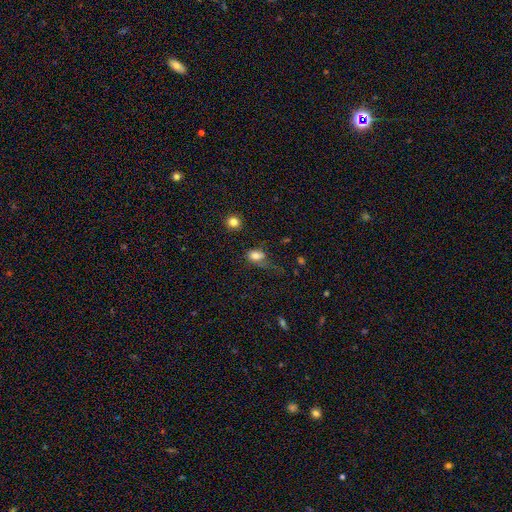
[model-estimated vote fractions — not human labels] Overall: smooth (77%). How rounded: in between (76%). Merging: none (37%; major disturbance 31%).